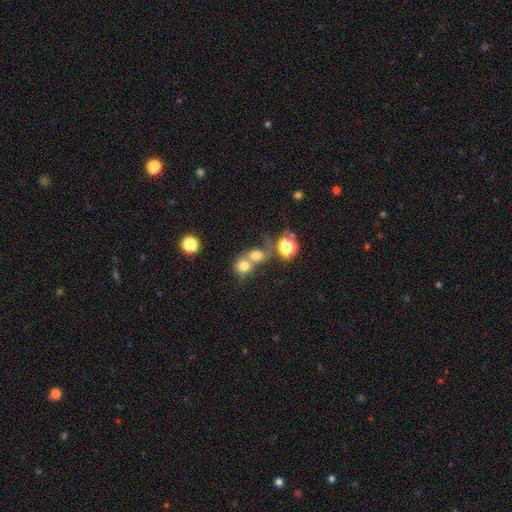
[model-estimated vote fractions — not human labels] Smooth or featured?
  - smooth: 66% *
  - featured or disk: 19%
  - star or artifact: 15%
How rounded?
  - round: 72% *
  - in between: 26%
  - cigar-shaped: 2%
Merging?
  - merger: 66% *
  - none: 20%
  - major disturbance: 8%
  - minor disturbance: 6%